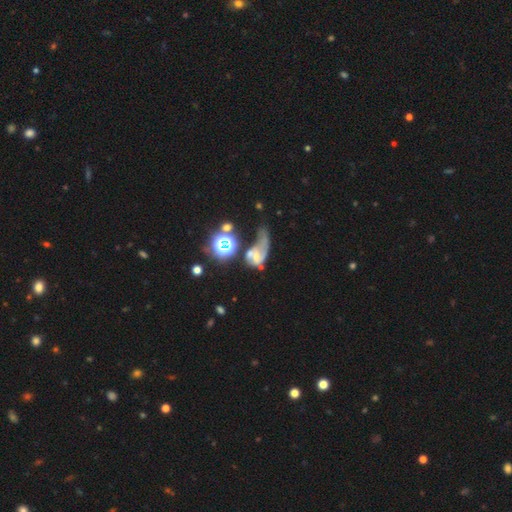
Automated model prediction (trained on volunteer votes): Smooth or featured? Predicted: featured or disk (p=0.47). Merging? Predicted: major disturbance (p=0.41).